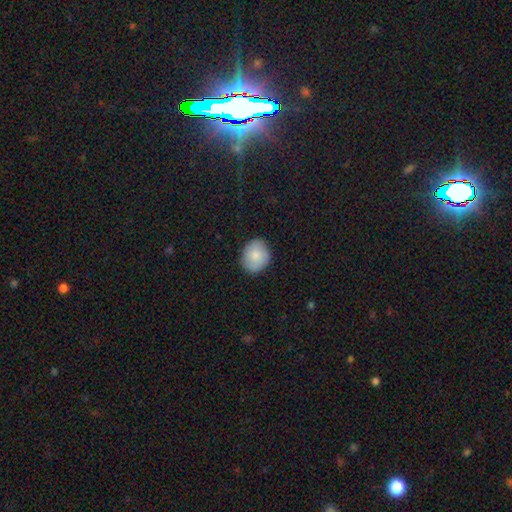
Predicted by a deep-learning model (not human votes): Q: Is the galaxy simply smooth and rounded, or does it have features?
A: smooth — 82%.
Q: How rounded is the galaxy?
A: round — 62%.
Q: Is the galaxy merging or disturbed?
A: none — 84%.